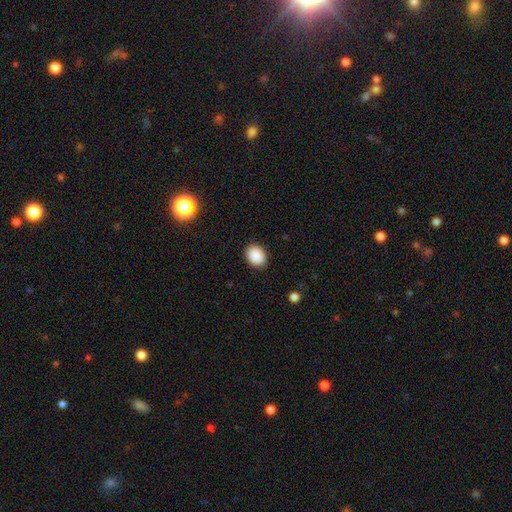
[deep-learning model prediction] Q: Smooth or featured?
A: smooth (89%); runner-up: star or artifact (8%)
Q: How rounded?
A: in between (57%); runner-up: round (42%)
Q: Merging?
A: none (89%); runner-up: minor disturbance (8%)